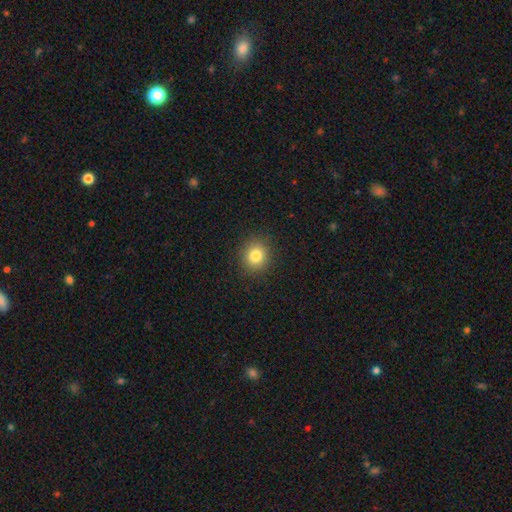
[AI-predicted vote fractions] Smooth or featured?
  - smooth: 82% *
  - star or artifact: 12%
  - featured or disk: 6%
How rounded?
  - round: 84% *
  - in between: 16%
  - cigar-shaped: 1%
Merging?
  - none: 90% *
  - minor disturbance: 7%
  - major disturbance: 2%
  - merger: 1%